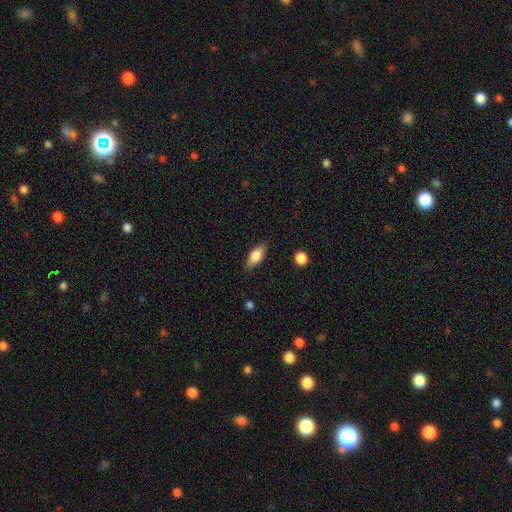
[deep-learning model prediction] Morphology: type=smooth (72%); roundness=in between (79%); merging=none (84%).